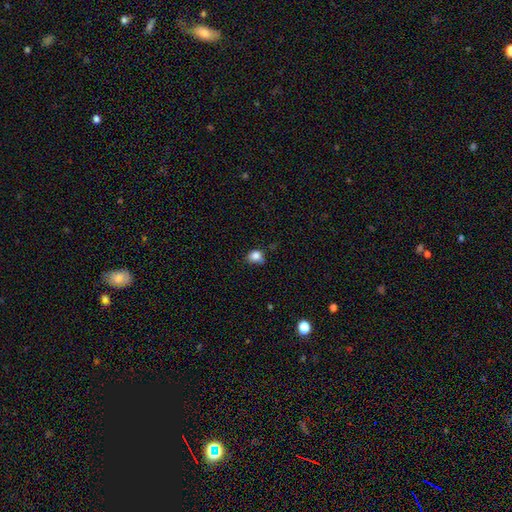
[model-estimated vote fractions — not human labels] This appears to be a smooth galaxy with no disk features (83%) that is round (56%). Merging: none (58%).